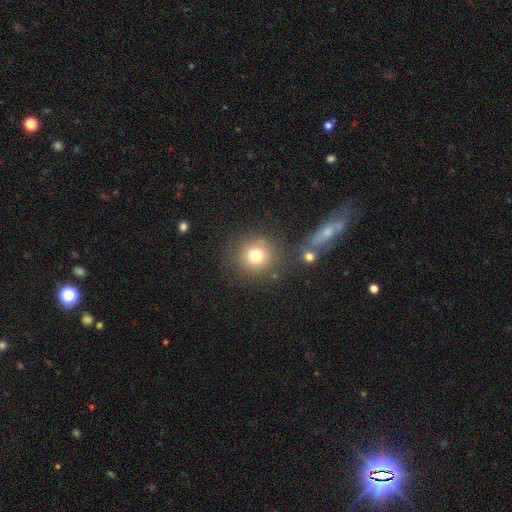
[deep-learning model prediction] Smooth or featured? smooth (76%)
How rounded? round (91%)
Merging? none (76%)